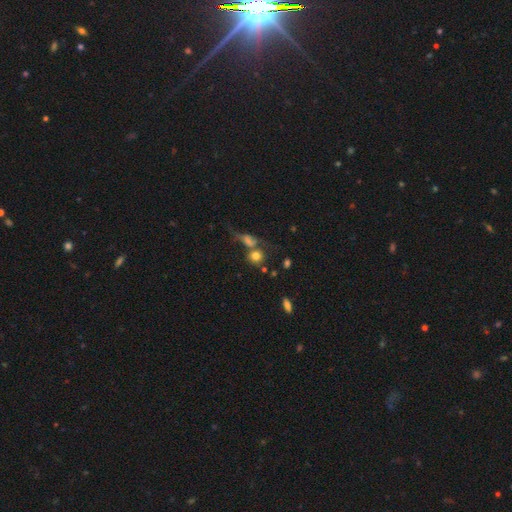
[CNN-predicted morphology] Smooth or featured? smooth (75%)
How rounded? round (78%)
Merging? none (45%)